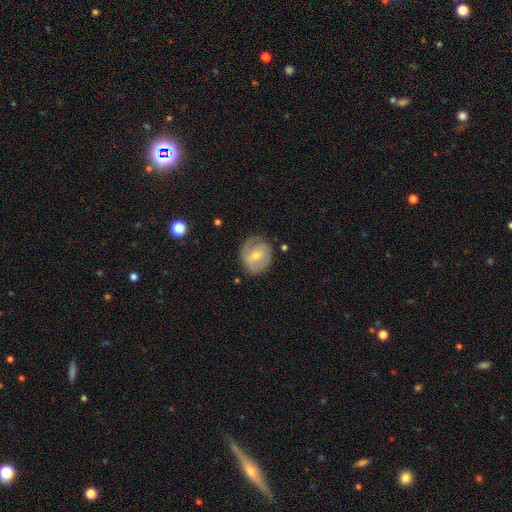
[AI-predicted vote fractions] This appears to be a featured or disk galaxy (64%) with a weak bar (45%), spiral arms (76%) and a small central bulge (52%). Merging: none (70%).